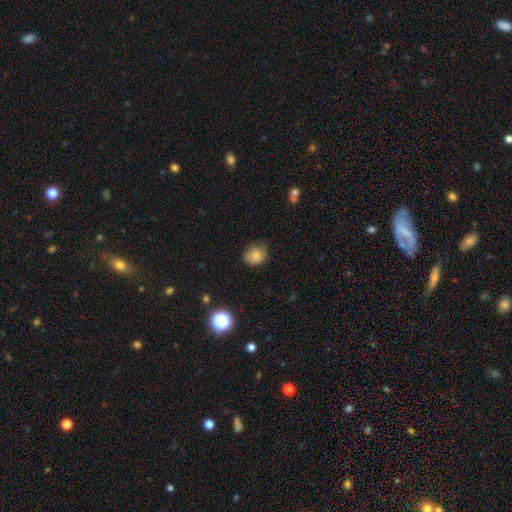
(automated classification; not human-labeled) smooth-or-featured: smooth: 82% | star or artifact: 10% | featured or disk: 8%
  how-rounded: round: 65% | in between: 34% | cigar-shaped: 1%
  merging: none: 64% | minor disturbance: 29% | major disturbance: 5% | merger: 1%